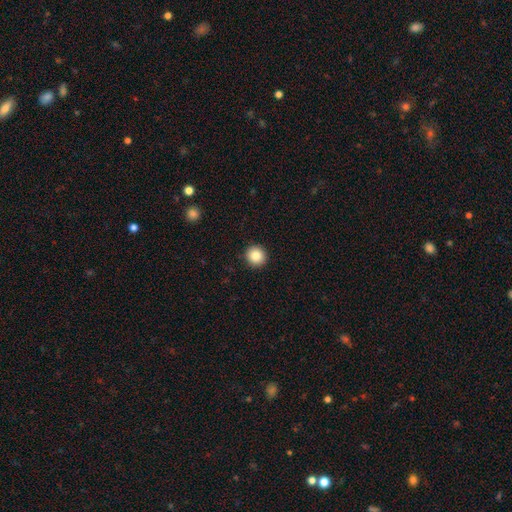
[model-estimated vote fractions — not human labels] smooth_or_featured: smooth (p=0.85) [alt: star or artifact p=0.09]
how_rounded: round (p=0.94) [alt: in between p=0.05]
merging: none (p=0.93) [alt: minor disturbance p=0.04]